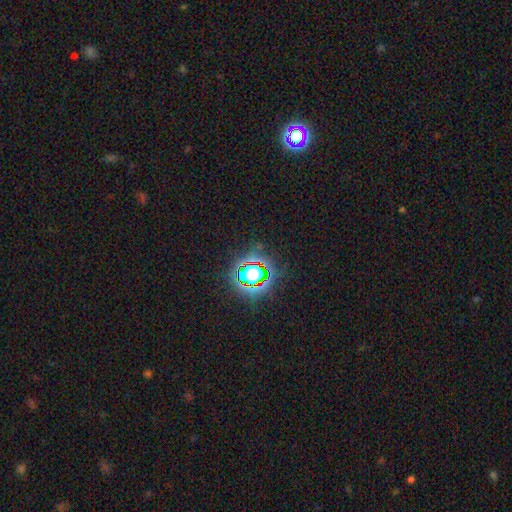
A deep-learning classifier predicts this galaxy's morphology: type=star or artifact (81%).